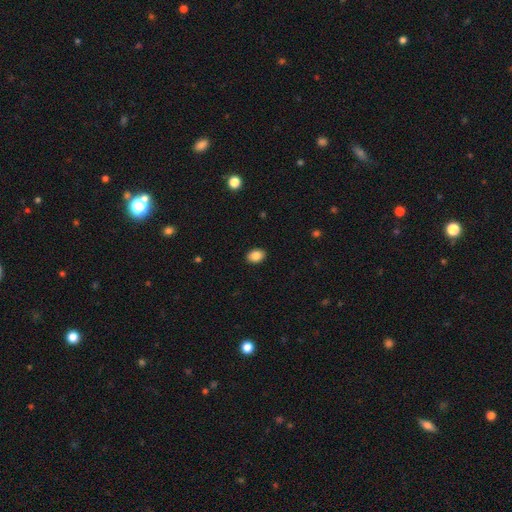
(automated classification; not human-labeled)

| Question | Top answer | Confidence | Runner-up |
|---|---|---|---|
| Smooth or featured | smooth | 86% | star or artifact (8%) |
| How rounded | in between | 76% | round (23%) |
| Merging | none | 90% | minor disturbance (7%) |